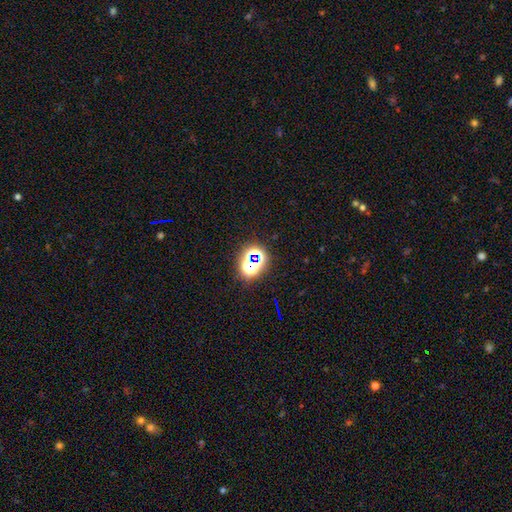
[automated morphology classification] This appears to be a star or artifact, not a galaxy (72%).